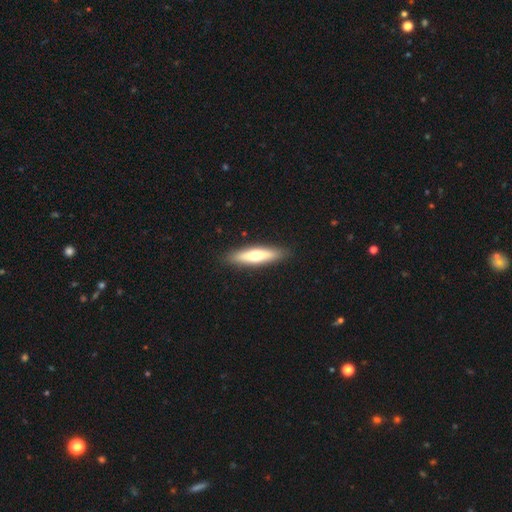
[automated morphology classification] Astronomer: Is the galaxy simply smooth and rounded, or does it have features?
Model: smooth — 57% (runner-up: featured or disk, 38%).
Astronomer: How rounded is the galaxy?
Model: cigar-shaped — 76%.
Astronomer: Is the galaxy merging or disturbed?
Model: none — 90%.